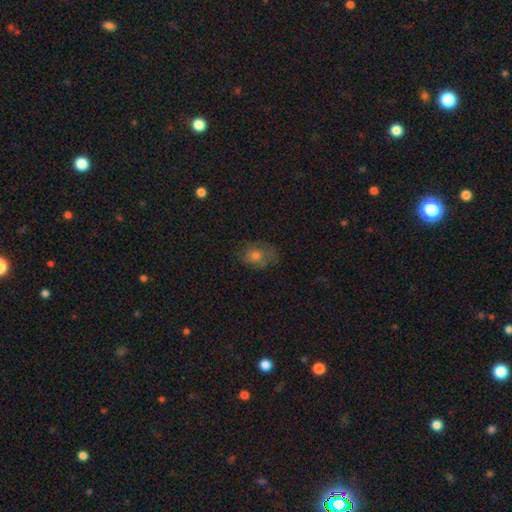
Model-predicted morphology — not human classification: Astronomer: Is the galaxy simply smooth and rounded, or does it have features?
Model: smooth — 58%.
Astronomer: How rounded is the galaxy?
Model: in between — 58% (runner-up: round, 40%).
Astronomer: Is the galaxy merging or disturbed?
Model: none — 59%.